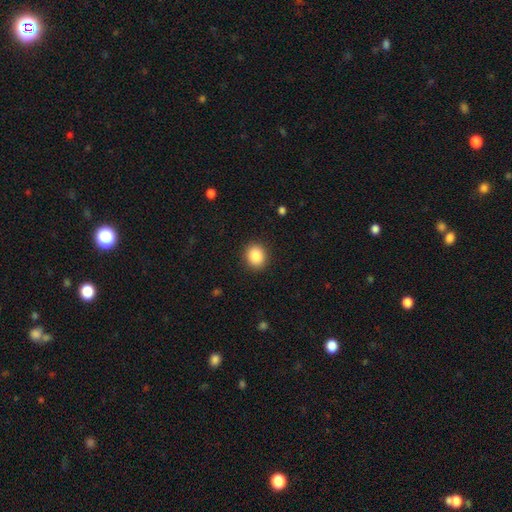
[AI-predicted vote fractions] smooth_or_featured: smooth (p=0.88) [alt: star or artifact p=0.09]
how_rounded: round (p=0.71) [alt: in between p=0.28]
merging: none (p=0.90) [alt: minor disturbance p=0.07]